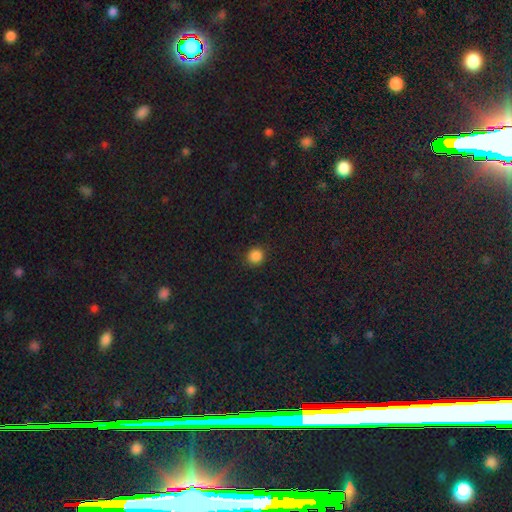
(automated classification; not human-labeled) Smooth or featured: smooth — 86% (star or artifact — 11%)
How rounded: round — 91% (in between — 8%)
Merging: none — 91% (minor disturbance — 6%)